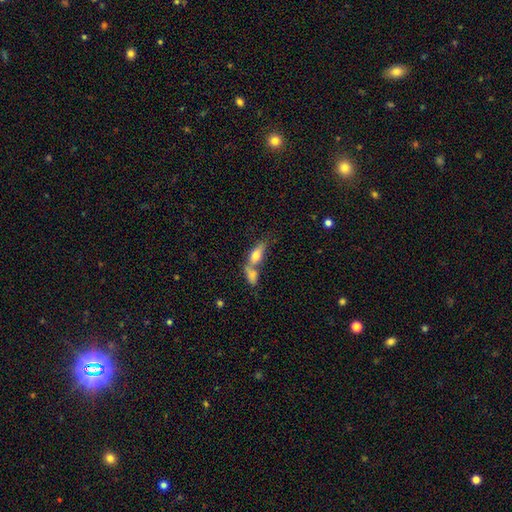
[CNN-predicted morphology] The model was most divided on "merging": merger: 60%, none: 26%, minor disturbance: 9%, major disturbance: 5%. More confident: how rounded — in between (71%); smooth or featured — smooth (68%).